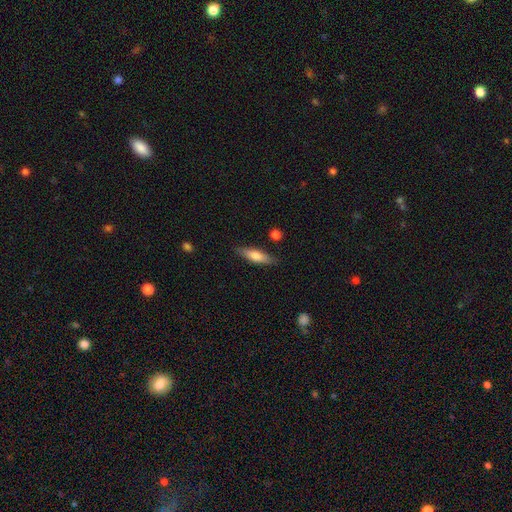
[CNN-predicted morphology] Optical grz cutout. It shows a smooth galaxy with no disk features (66%) that is cigar-shaped (63%). Merging: none (84%).